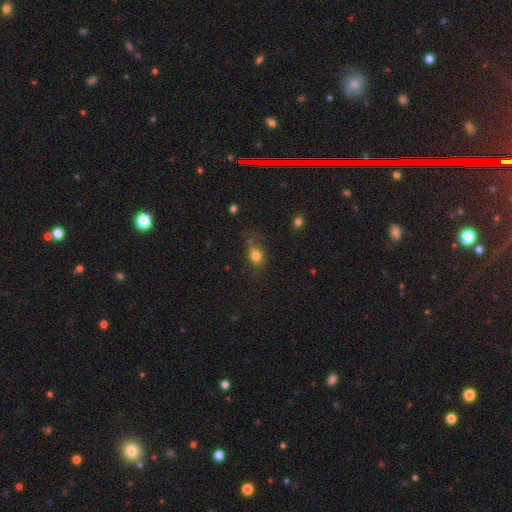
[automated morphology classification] Overall: smooth (78%). How rounded: round (57%; in between 41%). Merging: none (55%; minor disturbance 26%).